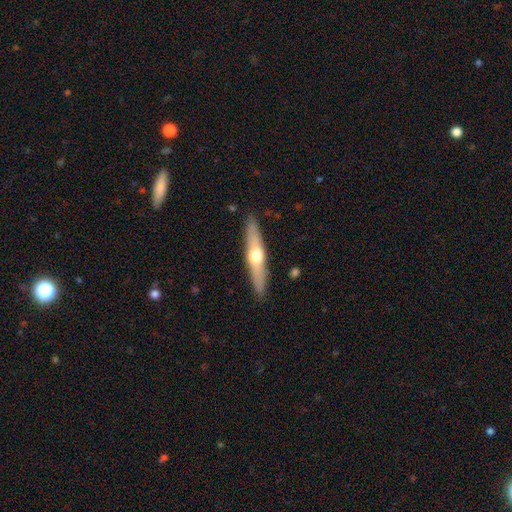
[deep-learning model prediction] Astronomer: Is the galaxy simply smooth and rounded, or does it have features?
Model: featured or disk — 58% (runner-up: smooth, 37%).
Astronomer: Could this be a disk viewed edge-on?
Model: yes — 91%.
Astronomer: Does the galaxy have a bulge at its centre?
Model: rounded — 91%.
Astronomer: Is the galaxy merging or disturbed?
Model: none — 90%.